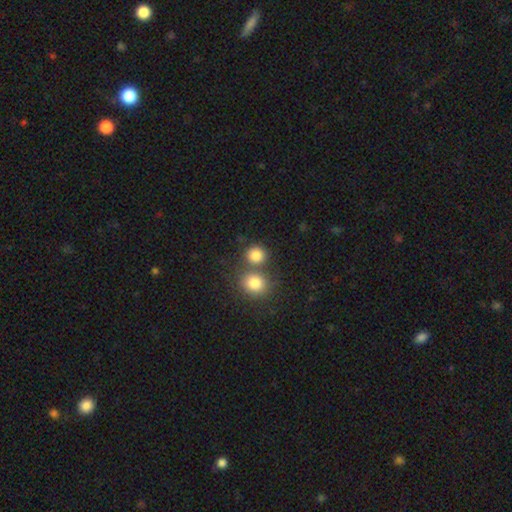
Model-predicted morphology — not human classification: Smooth or featured: smooth — 83% (star or artifact — 11%)
How rounded: round — 84% (in between — 15%)
Merging: none — 60% (merger — 30%)